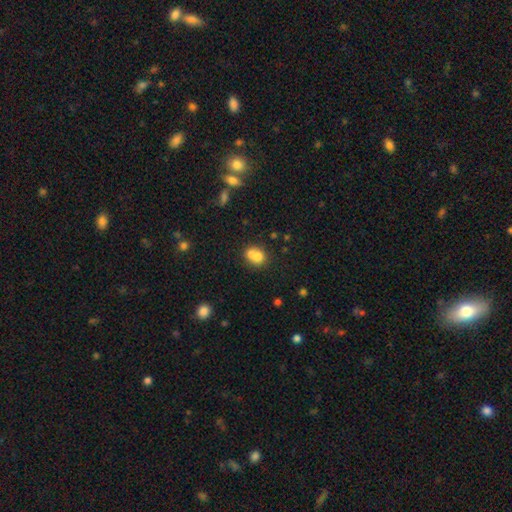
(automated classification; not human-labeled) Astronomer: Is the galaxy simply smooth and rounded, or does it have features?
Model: smooth — 70%.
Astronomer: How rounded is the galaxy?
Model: round — 65%.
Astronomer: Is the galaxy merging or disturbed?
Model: merger — 61%.